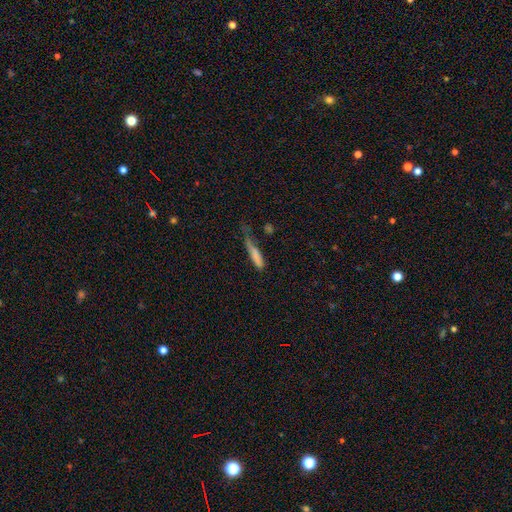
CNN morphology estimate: This appears to be a smooth galaxy with no disk features (76%) that is cigar-shaped (79%). Merging: none (33%).